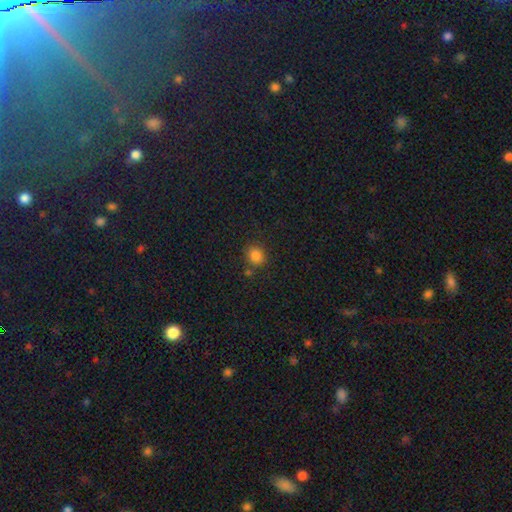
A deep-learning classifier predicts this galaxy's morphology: A smooth galaxy with no disk features (82%) that is round (72%). Merging: none (77%).